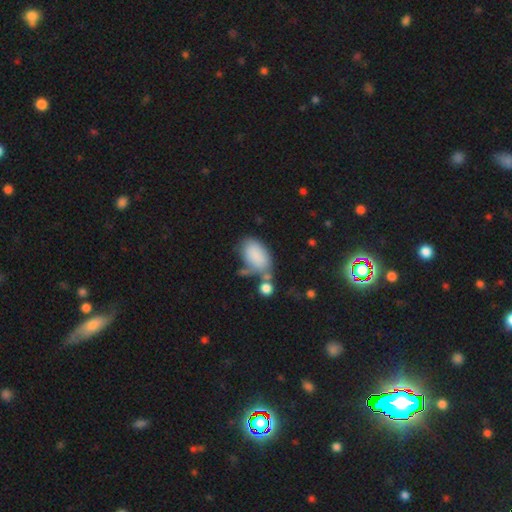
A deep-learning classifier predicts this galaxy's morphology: The model was most divided on "merging": none: 35%, minor disturbance: 24%, merger: 23%, major disturbance: 18%. More confident: how rounded — in between (92%); smooth or featured — smooth (80%).